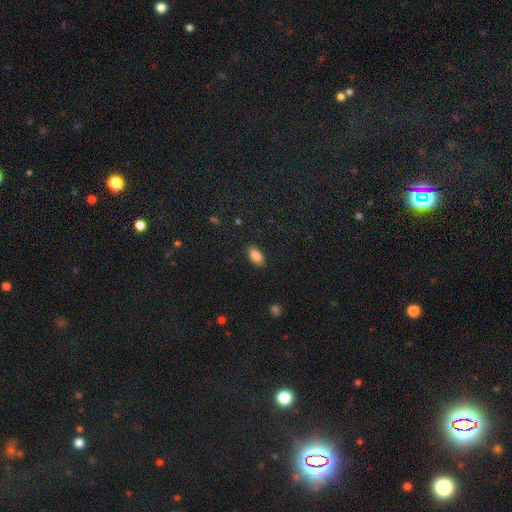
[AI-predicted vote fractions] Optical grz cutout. It shows a smooth galaxy with no disk features (86%) that is in between round and cigar-shaped (92%). Merging: none (88%).